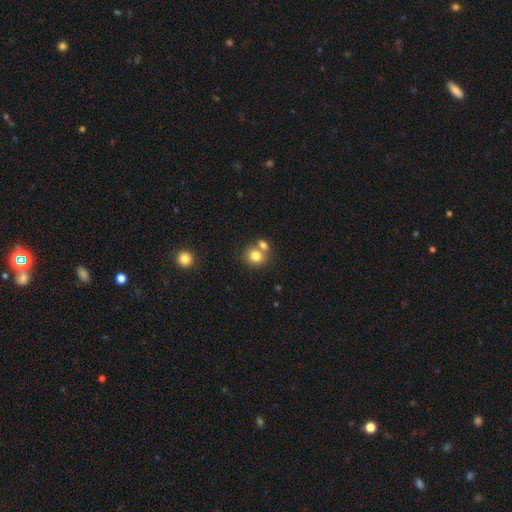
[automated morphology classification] Smooth or featured?
  - smooth: 80% *
  - star or artifact: 10%
  - featured or disk: 10%
How rounded?
  - round: 76% *
  - in between: 24%
  - cigar-shaped: 1%
Merging?
  - none: 51% *
  - merger: 39%
  - minor disturbance: 8%
  - major disturbance: 3%